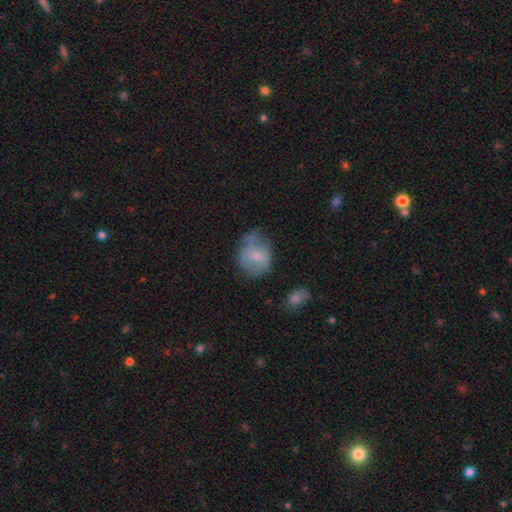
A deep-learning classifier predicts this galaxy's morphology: smooth_or_featured: smooth (p=0.63) [alt: featured or disk p=0.28]
how_rounded: round (p=0.50) [alt: in between p=0.49]
merging: none (p=0.50) [alt: minor disturbance p=0.30]